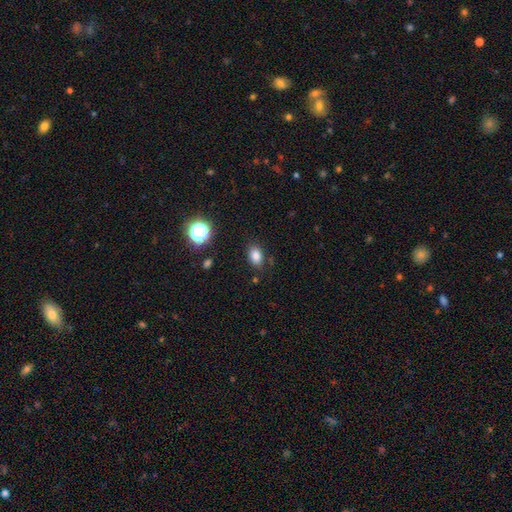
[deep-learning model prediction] Morphology: type=smooth (82%); roundness=in between (81%); merging=none (83%).